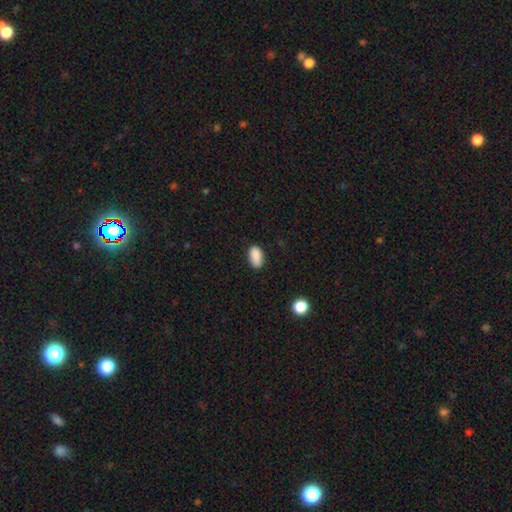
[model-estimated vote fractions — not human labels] A smooth galaxy with no disk features (89%) that is in between round and cigar-shaped (92%). Merging: none (83%).